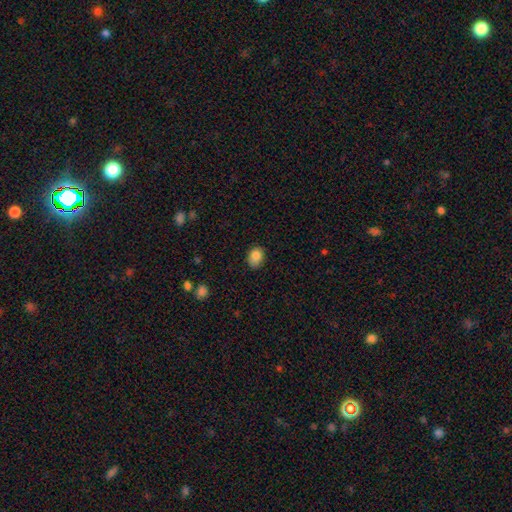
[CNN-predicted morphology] Smooth or featured?
  - smooth: 84% *
  - star or artifact: 9%
  - featured or disk: 6%
How rounded?
  - in between: 63% *
  - round: 36%
  - cigar-shaped: 1%
Merging?
  - none: 82% *
  - minor disturbance: 15%
  - major disturbance: 3%
  - merger: 1%